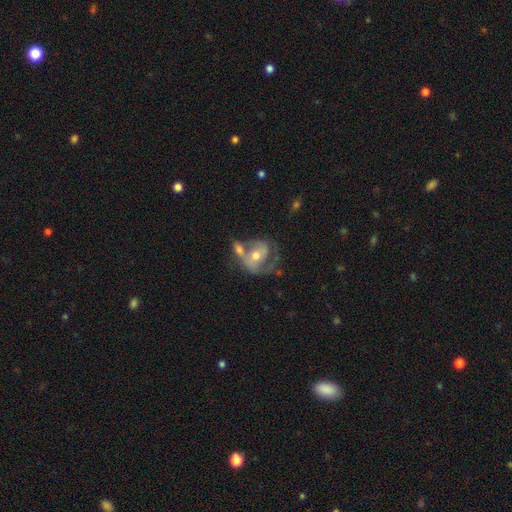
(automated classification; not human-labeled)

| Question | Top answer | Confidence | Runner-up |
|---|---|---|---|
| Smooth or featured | featured or disk | 67% | smooth (27%) |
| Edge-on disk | no | 97% | yes (3%) |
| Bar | no | 56% | weak (32%) |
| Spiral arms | yes | 72% | no (28%) |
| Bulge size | moderate | 70% | small (20%) |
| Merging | merger | 39% | none (26%) |